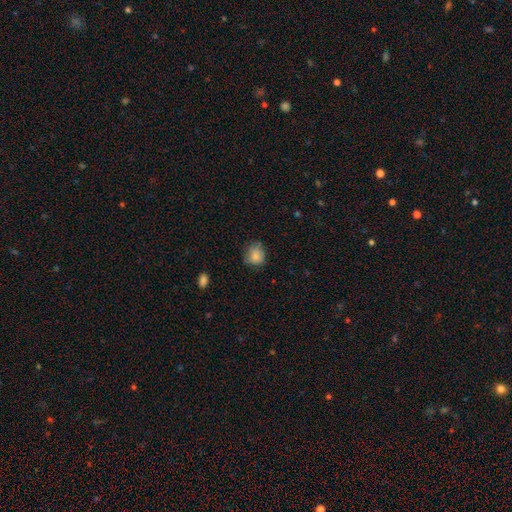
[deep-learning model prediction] This is clearly a smooth galaxy (82%). How rounded: likely round (66%). Merging: likely none (60%).